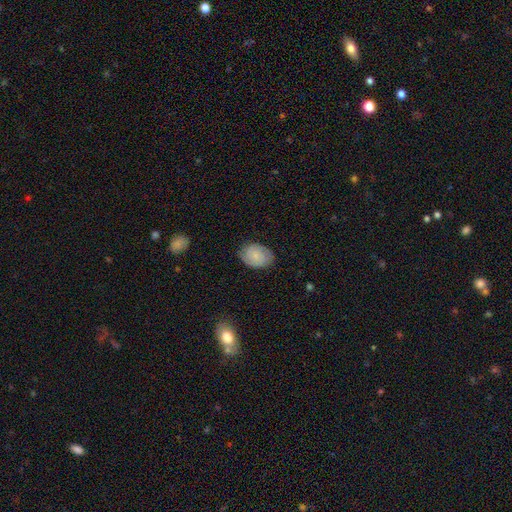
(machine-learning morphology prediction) Smooth or featured? smooth (50%)
How rounded? in between (73%)
Merging? none (79%)